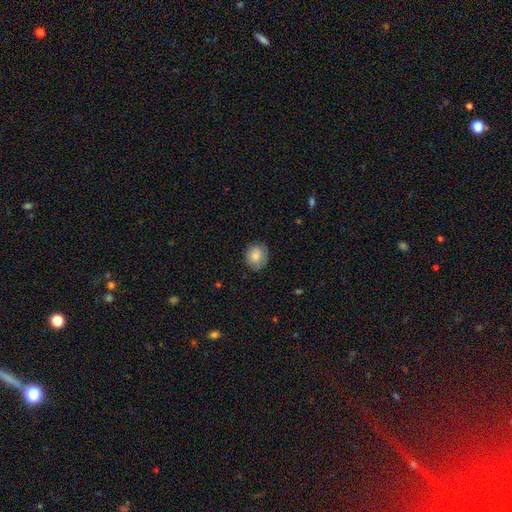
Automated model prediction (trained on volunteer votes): Q: Smooth or featured?
A: smooth (78%); runner-up: featured or disk (14%)
Q: How rounded?
A: round (85%); runner-up: in between (14%)
Q: Merging?
A: none (76%); runner-up: minor disturbance (18%)